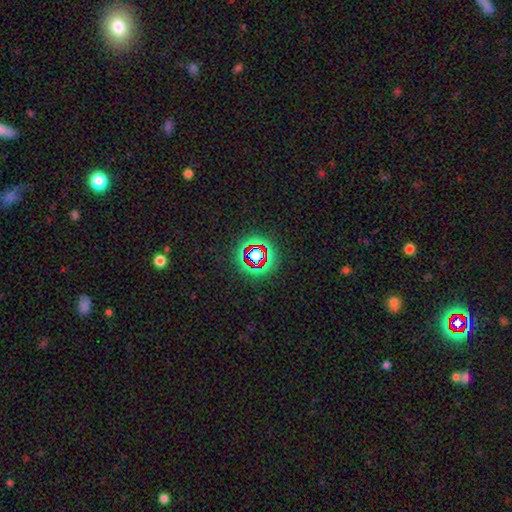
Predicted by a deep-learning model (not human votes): A star or artifact, not a galaxy (71%).